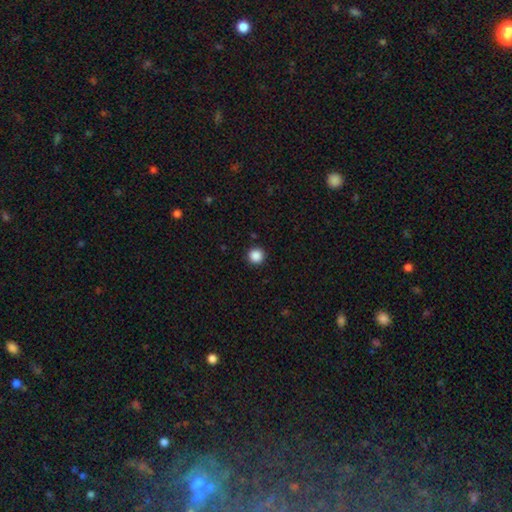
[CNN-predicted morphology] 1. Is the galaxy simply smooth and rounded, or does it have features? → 88% smooth, 10% star or artifact, 2% featured or disk.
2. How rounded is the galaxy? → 96% round, 3% in between, 1% cigar-shaped.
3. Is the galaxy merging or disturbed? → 92% none, 5% minor disturbance, 2% major disturbance, 1% merger.